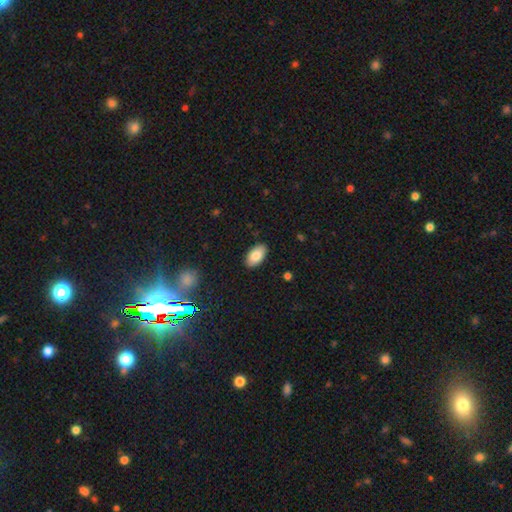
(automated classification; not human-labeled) A smooth galaxy with no disk features (83%) that is in between round and cigar-shaped (95%).

Vote fractions:
- Smooth or featured? smooth: 83% / featured or disk: 10% / star or artifact: 7%
- How rounded? in between: 95% / round: 3% / cigar-shaped: 2%
- Merging? none: 88% / minor disturbance: 9% / major disturbance: 2% / merger: 1%